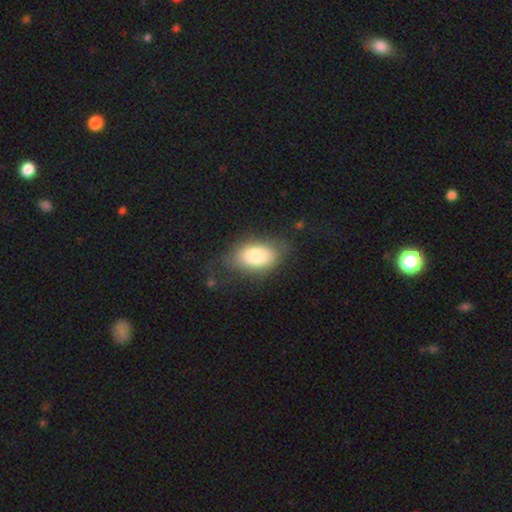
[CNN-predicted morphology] Smooth or featured?
  - smooth: 81% *
  - featured or disk: 12%
  - star or artifact: 7%
How rounded?
  - in between: 91% *
  - round: 7%
  - cigar-shaped: 2%
Merging?
  - none: 66% *
  - minor disturbance: 22%
  - major disturbance: 11%
  - merger: 2%